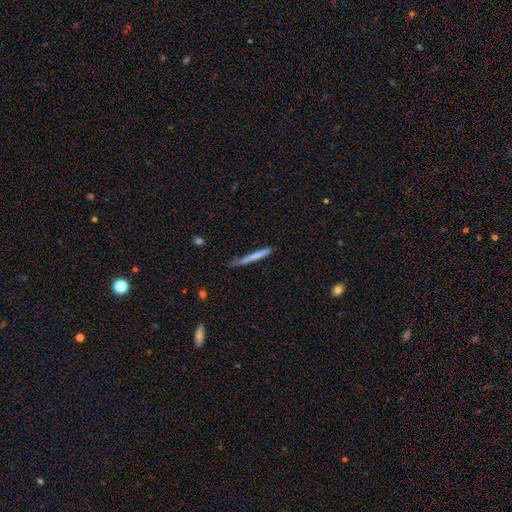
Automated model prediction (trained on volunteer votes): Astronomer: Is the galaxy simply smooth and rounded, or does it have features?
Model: smooth — 67%.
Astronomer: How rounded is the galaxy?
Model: cigar-shaped — 96%.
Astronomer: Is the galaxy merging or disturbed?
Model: none — 65%.